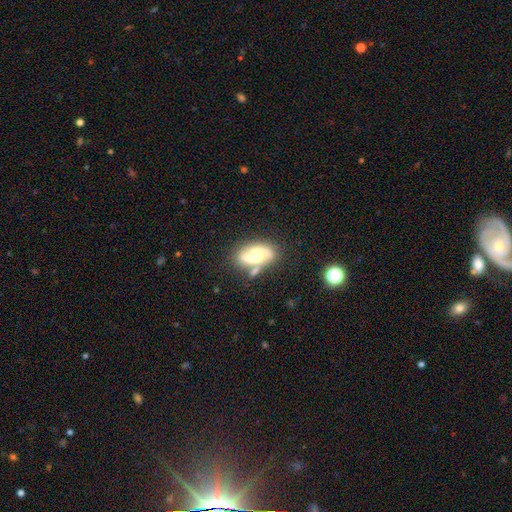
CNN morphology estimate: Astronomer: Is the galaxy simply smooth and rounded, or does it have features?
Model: featured or disk — 71%.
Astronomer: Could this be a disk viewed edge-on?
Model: no — 95%.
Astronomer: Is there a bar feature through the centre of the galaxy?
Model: no — 53% (runner-up: weak, 34%).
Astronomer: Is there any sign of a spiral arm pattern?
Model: yes — 92%.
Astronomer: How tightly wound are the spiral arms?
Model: loose — 44% (runner-up: medium, 41%).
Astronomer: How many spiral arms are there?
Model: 2 — 88%.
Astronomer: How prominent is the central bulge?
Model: moderate — 46% (runner-up: large, 33%).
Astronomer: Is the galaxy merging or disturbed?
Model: none — 58%.